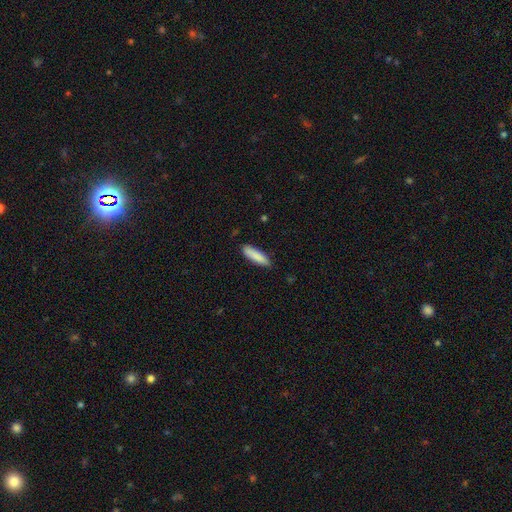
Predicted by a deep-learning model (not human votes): smooth 87%, featured or disk 7%, star or artifact 6%. Down the decision tree: how rounded — cigar-shaped (62%); merging — none (82%).